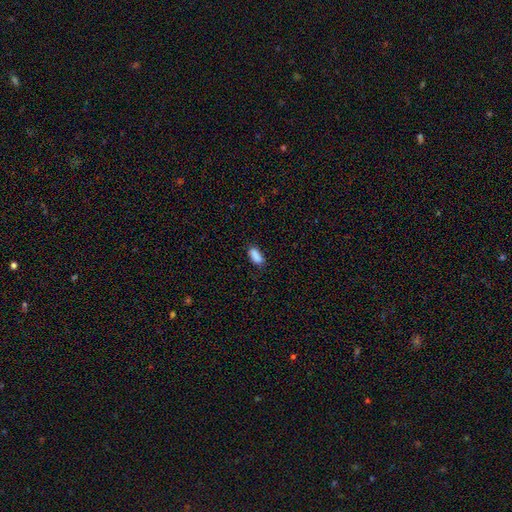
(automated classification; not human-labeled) Smooth or featured: smooth — 88% (star or artifact — 8%)
How rounded: in between — 86% (cigar-shaped — 12%)
Merging: none — 81% (minor disturbance — 15%)